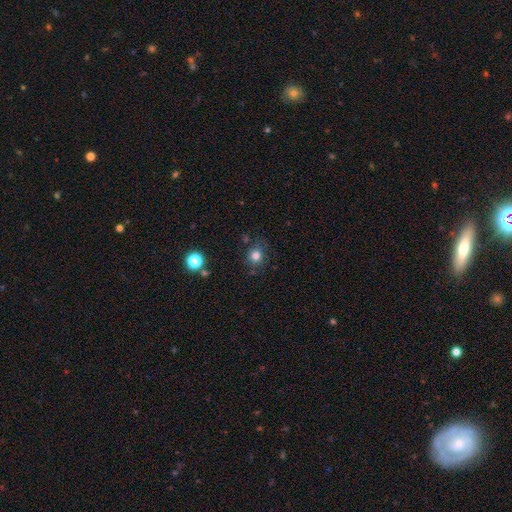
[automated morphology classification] type=smooth (80%); roundness=round (78%); merging=none (76%).